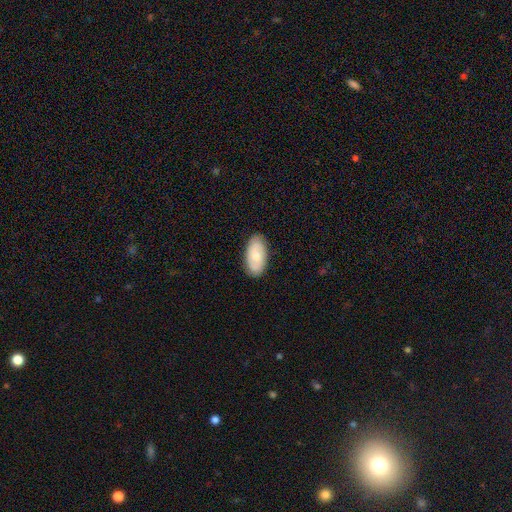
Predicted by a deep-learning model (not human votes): The model was most divided on "smooth or featured": smooth: 68%, featured or disk: 26%, star or artifact: 6%. More confident: how rounded — in between (94%); merging — none (84%).